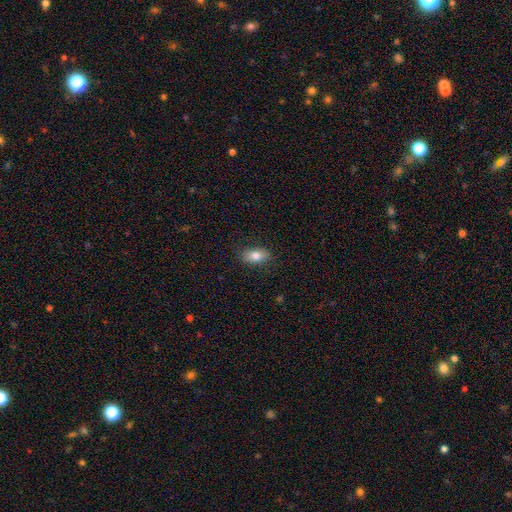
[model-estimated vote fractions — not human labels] Smooth or featured? smooth (81%)
How rounded? in between (88%)
Merging? none (85%)